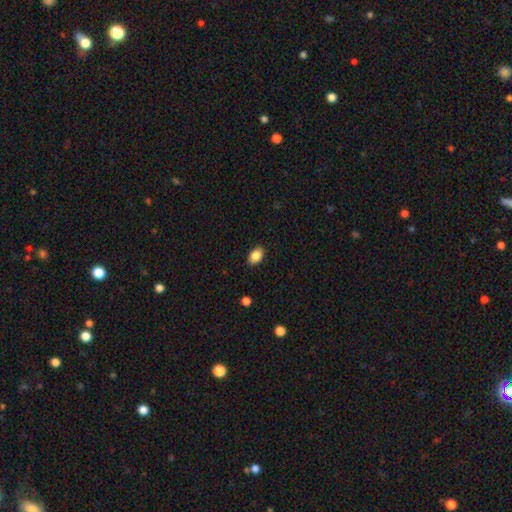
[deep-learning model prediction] Smooth or featured: smooth — 87% (star or artifact — 8%)
How rounded: in between — 87% (round — 12%)
Merging: none — 88% (minor disturbance — 9%)